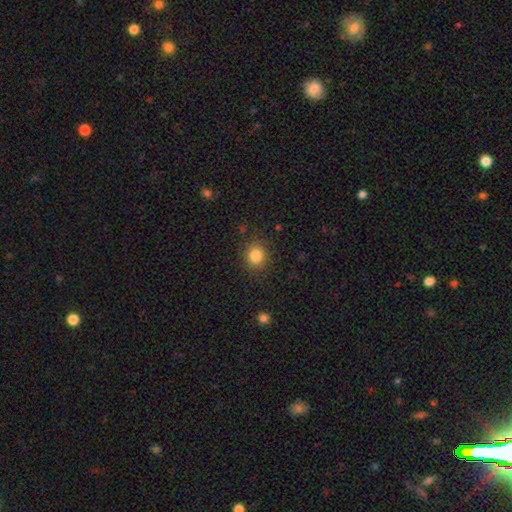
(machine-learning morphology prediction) The model was most divided on "how rounded": round: 82%, in between: 17%, cigar-shaped: 1%. More confident: merging — none (87%); smooth or featured — smooth (83%).